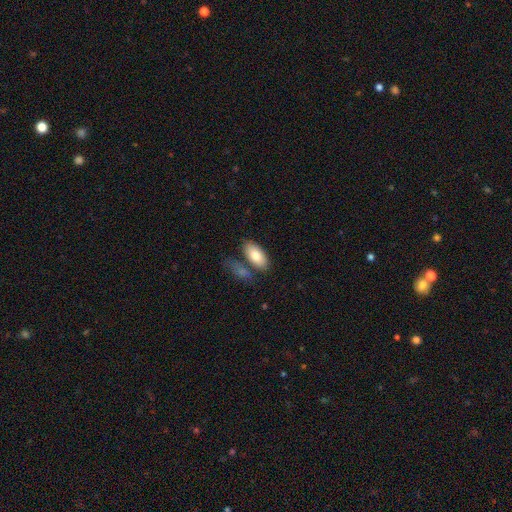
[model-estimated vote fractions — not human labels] Morphology: type=smooth (80%); roundness=in between (92%); merging=none (64%).